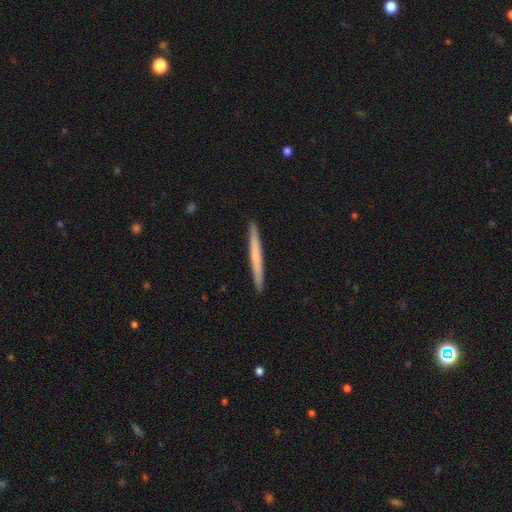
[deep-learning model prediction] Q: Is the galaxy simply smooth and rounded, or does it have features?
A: smooth — 60%.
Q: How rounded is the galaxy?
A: cigar-shaped — 97%.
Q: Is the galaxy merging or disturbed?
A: none — 93%.